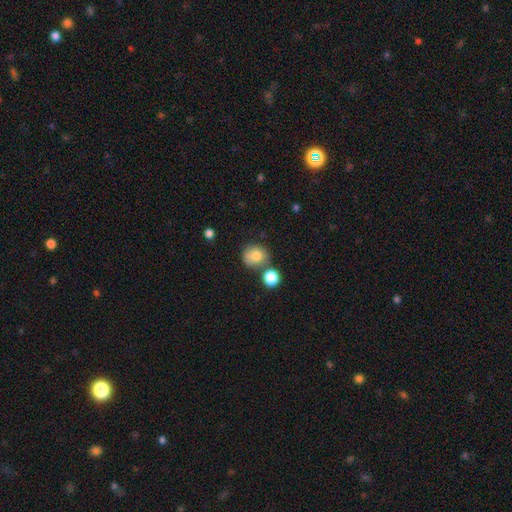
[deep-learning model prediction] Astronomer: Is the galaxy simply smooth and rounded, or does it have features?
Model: smooth — 80%.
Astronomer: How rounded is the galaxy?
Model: round — 82%.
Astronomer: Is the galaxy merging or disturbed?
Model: none — 63%.